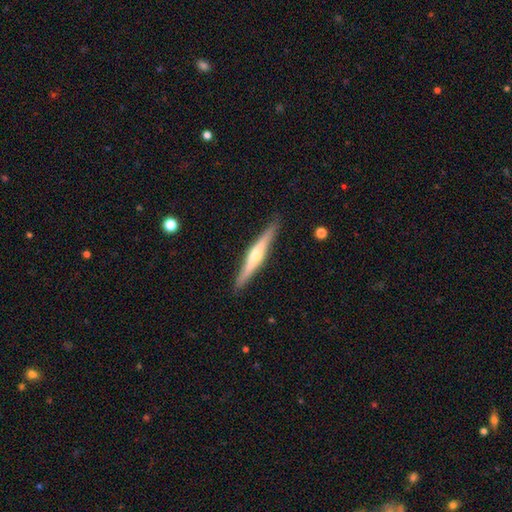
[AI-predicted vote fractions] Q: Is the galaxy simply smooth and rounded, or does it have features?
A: featured or disk — 68%.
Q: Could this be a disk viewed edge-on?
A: yes — 97%.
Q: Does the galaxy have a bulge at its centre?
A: rounded — 85%.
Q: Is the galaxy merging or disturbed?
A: none — 89%.